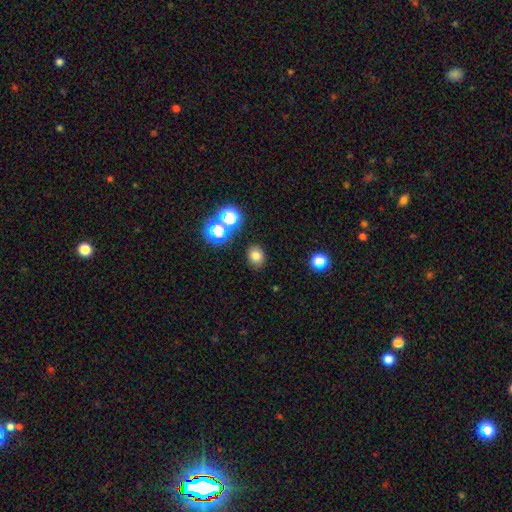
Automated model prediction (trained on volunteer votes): Smooth or featured? smooth (75%)
How rounded? round (58%)
Merging? none (86%)